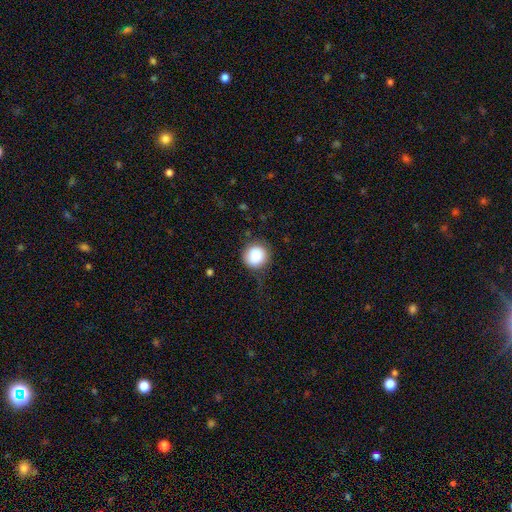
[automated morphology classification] type=smooth (85%); roundness=round (92%); merging=none (72%).